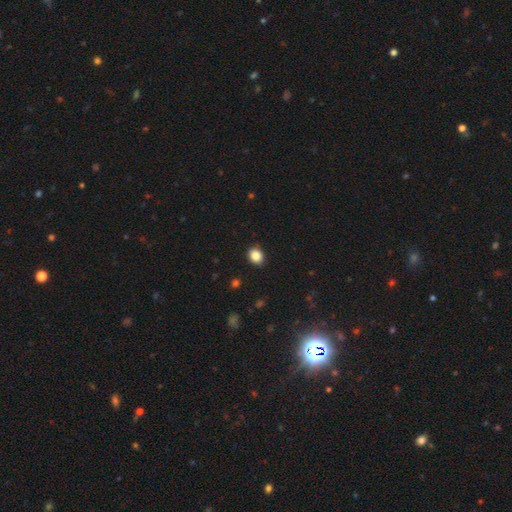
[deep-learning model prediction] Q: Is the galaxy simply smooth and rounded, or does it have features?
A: smooth — 86%.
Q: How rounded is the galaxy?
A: round — 58%.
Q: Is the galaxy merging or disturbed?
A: none — 90%.